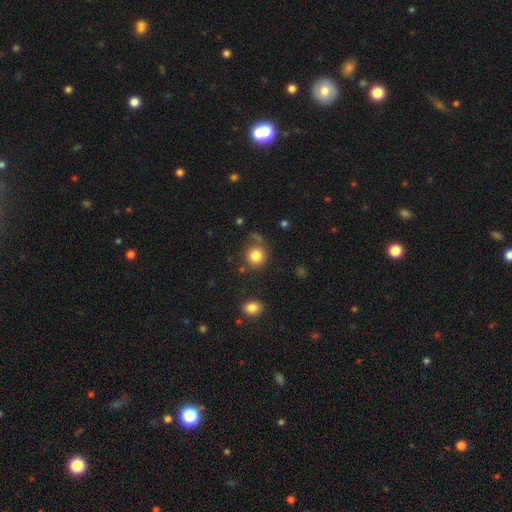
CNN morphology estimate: Overall: smooth (83%). How rounded: round (90%). Merging: none (76%).